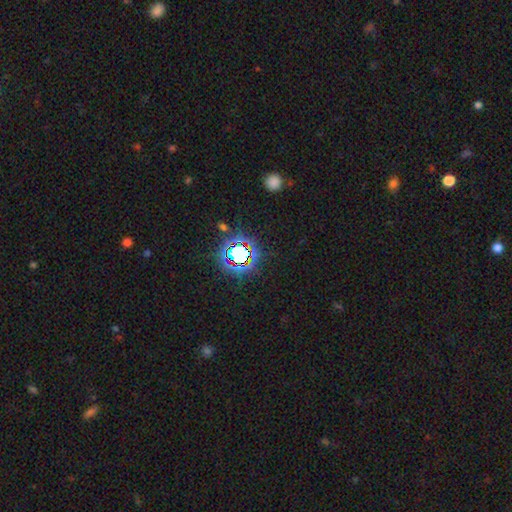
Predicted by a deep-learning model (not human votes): Q: Smooth or featured?
A: star or artifact (78%); runner-up: smooth (14%)